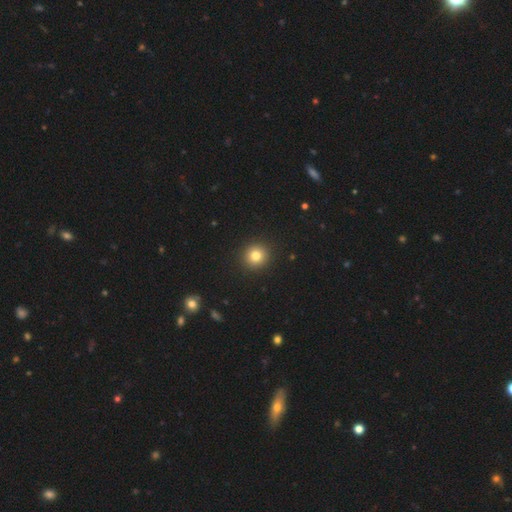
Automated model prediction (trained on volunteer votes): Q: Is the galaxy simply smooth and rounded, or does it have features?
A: smooth — 81%.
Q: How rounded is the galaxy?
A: round — 93%.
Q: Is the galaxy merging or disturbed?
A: none — 92%.